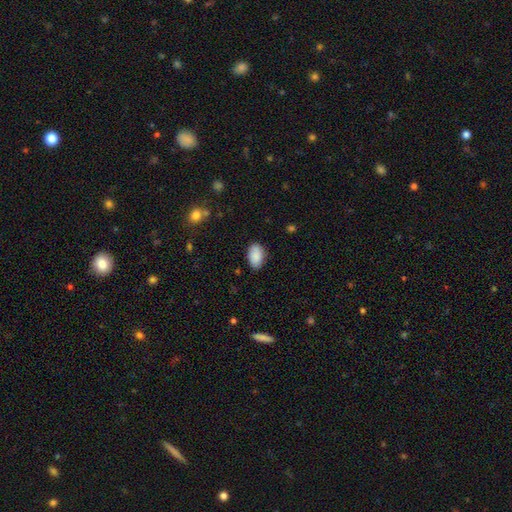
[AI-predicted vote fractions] A smooth galaxy with no disk features (89%) that is in between round and cigar-shaped (93%).

Vote fractions:
- Smooth or featured? smooth: 89% / star or artifact: 7% / featured or disk: 5%
- How rounded? in between: 93% / round: 6% / cigar-shaped: 1%
- Merging? none: 82% / minor disturbance: 14% / major disturbance: 3% / merger: 1%